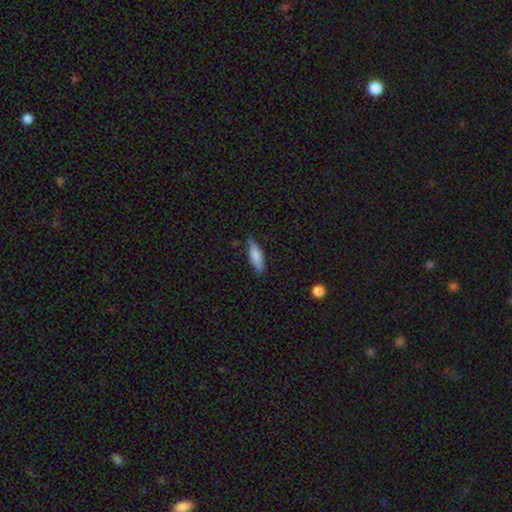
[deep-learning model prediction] smooth-or-featured: smooth: 81% | featured or disk: 13% | star or artifact: 6%
  how-rounded: cigar-shaped: 51% | in between: 47% | round: 2%
  merging: none: 76% | minor disturbance: 19% | major disturbance: 3% | merger: 2%